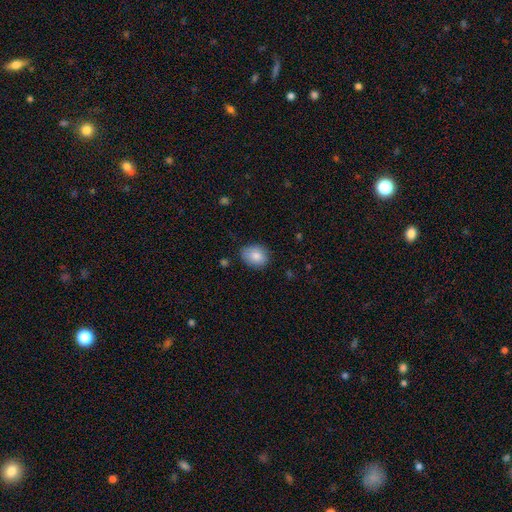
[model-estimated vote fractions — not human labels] smooth 85%, star or artifact 7%, featured or disk 7%. Down the decision tree: how rounded — in between (61%); merging — none (75%).